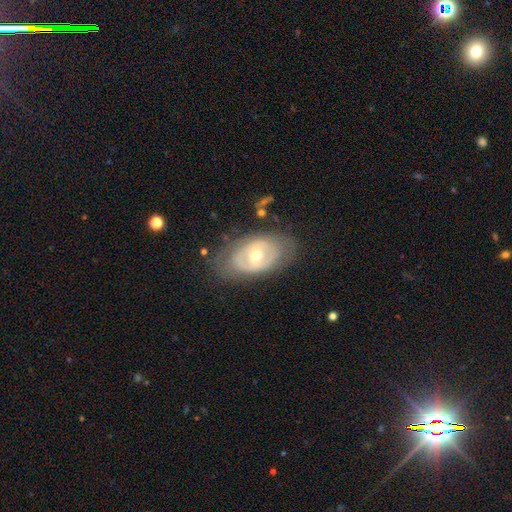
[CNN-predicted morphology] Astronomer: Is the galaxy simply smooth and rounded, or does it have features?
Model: featured or disk — 66%.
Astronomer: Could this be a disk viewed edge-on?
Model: no — 92%.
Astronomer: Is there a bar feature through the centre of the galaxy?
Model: no — 59%.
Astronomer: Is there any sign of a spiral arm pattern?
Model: no — 69%.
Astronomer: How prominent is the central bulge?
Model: moderate — 62%.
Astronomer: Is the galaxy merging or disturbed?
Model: none — 73%.